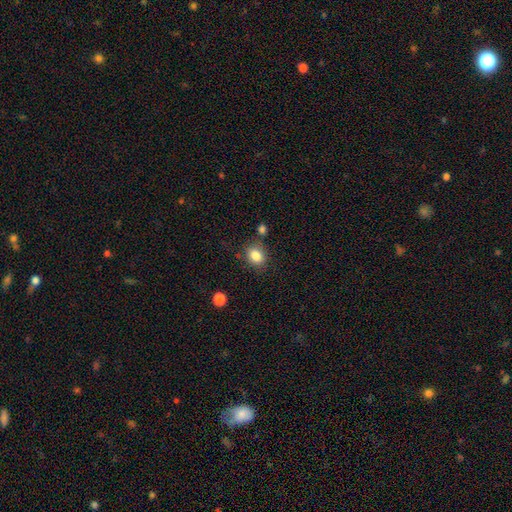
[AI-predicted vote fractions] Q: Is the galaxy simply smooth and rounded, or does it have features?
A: smooth — 84%.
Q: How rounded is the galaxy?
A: round — 54%.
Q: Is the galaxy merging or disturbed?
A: none — 77%.